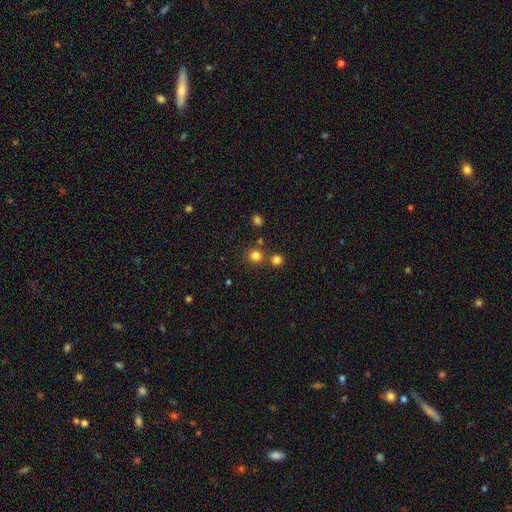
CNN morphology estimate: This appears to be a smooth galaxy with no disk features (79%) that is round (91%). Merging: none (75%).